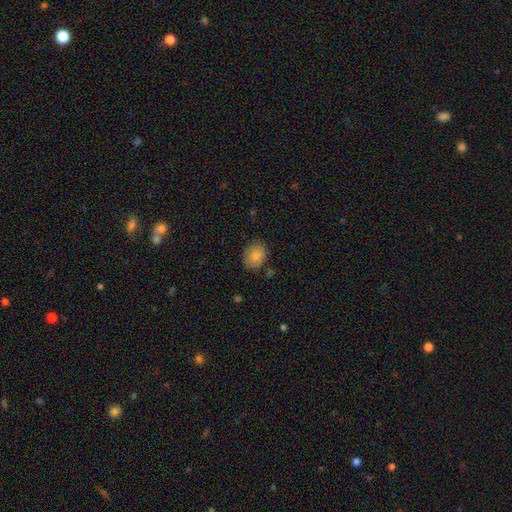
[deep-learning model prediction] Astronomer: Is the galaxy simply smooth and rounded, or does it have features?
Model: smooth — 85%.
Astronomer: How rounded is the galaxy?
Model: round — 56% (runner-up: in between, 43%).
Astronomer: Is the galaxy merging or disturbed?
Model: none — 80%.